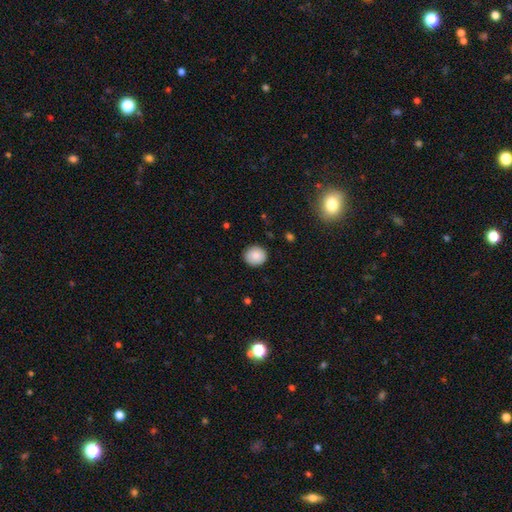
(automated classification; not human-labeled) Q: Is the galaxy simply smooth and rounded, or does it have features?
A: smooth — 87%.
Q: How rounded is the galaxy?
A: round — 83%.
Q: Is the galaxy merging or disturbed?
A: none — 89%.